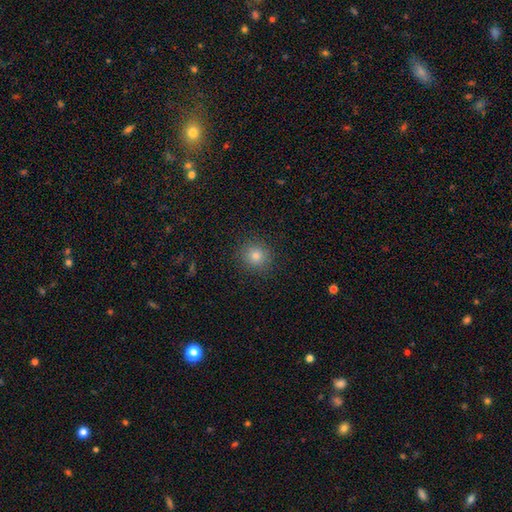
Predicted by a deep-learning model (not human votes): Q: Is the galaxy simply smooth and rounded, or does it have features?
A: smooth — 79%.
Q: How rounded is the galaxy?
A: round — 91%.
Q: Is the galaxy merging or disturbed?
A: none — 91%.